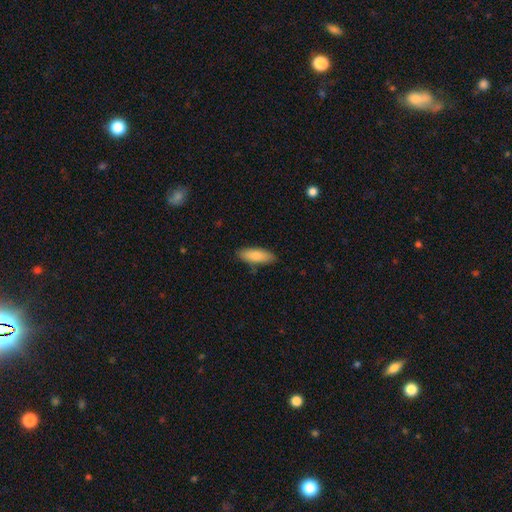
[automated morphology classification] smooth 84%, featured or disk 10%, star or artifact 5%. Down the decision tree: how rounded — in between (64%); merging — none (85%).